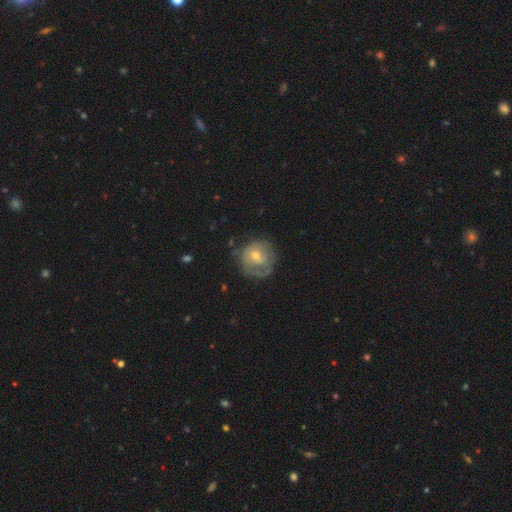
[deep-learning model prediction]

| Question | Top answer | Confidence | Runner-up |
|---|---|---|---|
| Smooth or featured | featured or disk | 57% | smooth (36%) |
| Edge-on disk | no | 97% | yes (3%) |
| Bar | no | 64% | weak (30%) |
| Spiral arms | yes | 64% | no (36%) |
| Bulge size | moderate | 53% | small (42%) |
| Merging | none | 58% | minor disturbance (24%) |